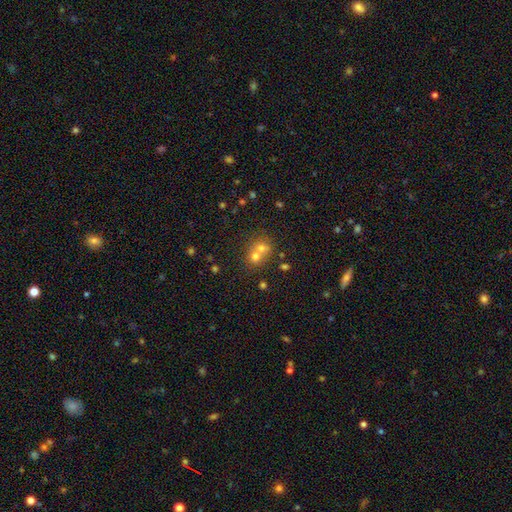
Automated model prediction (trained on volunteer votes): Smooth or featured? smooth (59%)
How rounded? round (79%)
Merging? merger (55%)